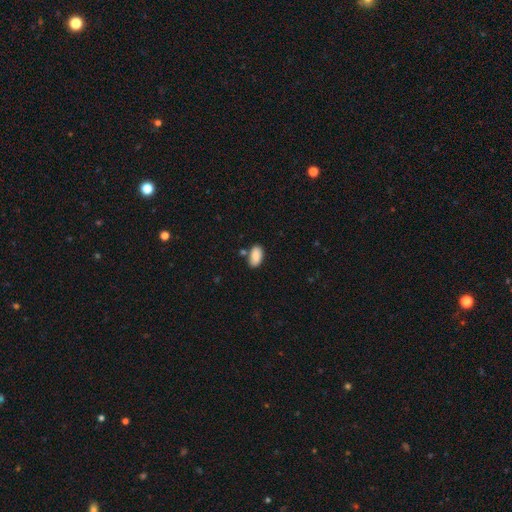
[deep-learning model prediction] smooth_or_featured: smooth (p=0.89) [alt: star or artifact p=0.07]
how_rounded: in between (p=0.94) [alt: round p=0.03]
merging: none (p=0.74) [alt: minor disturbance p=0.14]